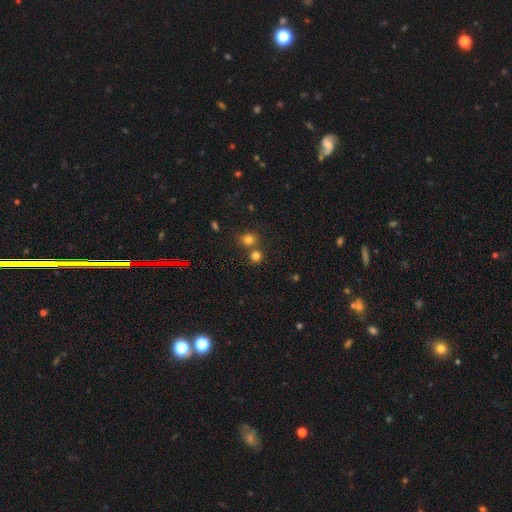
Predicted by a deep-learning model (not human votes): Smooth or featured: smooth — 77% (star or artifact — 16%)
How rounded: round — 87% (in between — 12%)
Merging: none — 60% (merger — 30%)